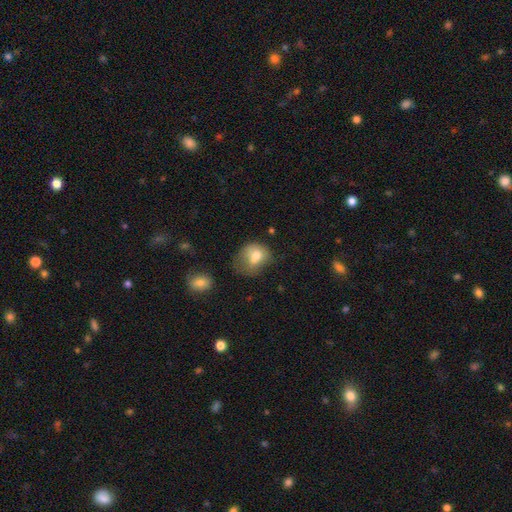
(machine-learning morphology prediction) smooth_or_featured: smooth (p=0.72) [alt: featured or disk p=0.18]
how_rounded: round (p=0.53) [alt: in between p=0.47]
merging: none (p=0.33) [alt: minor disturbance p=0.32]